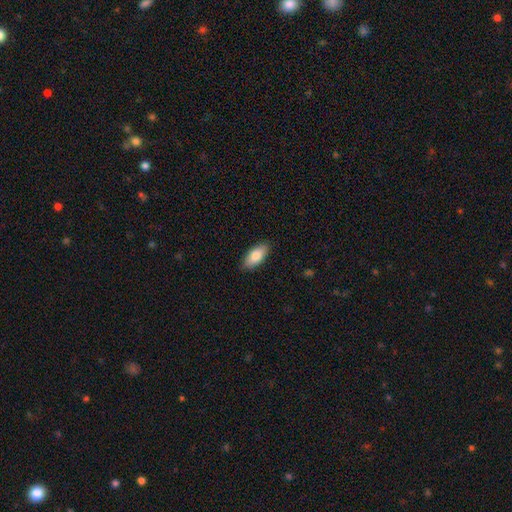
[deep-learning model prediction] Smooth or featured? smooth (84%)
How rounded? in between (89%)
Merging? none (88%)